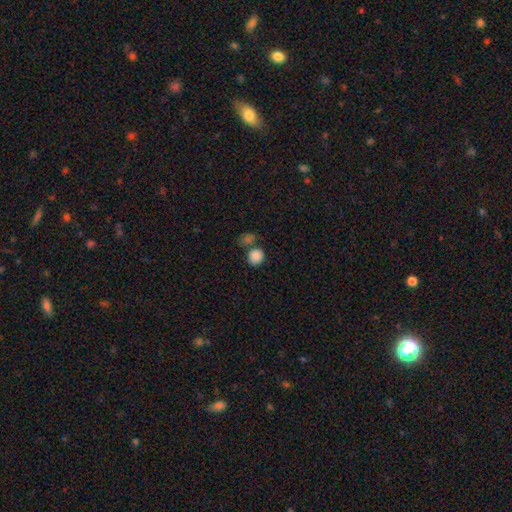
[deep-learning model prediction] smooth-or-featured: smooth: 86% | star or artifact: 9% | featured or disk: 5%
  how-rounded: round: 73% | in between: 26% | cigar-shaped: 1%
  merging: none: 54% | merger: 30% | minor disturbance: 12% | major disturbance: 5%